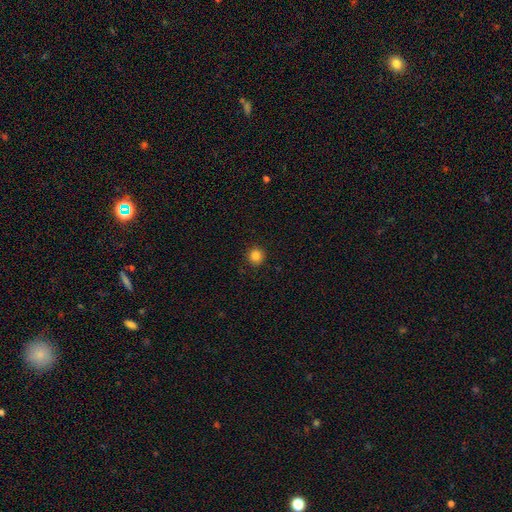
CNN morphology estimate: This is clearly a smooth galaxy (85%). How rounded: clearly round (94%). Merging: clearly none (92%).